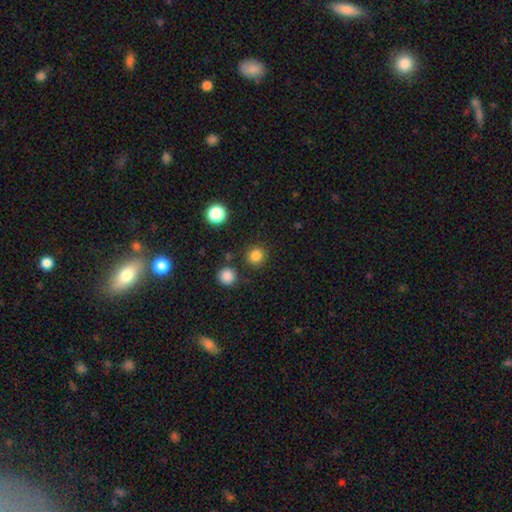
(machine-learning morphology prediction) smooth 83%, star or artifact 13%, featured or disk 4%. Down the decision tree: how rounded — round (93%); merging — none (88%).